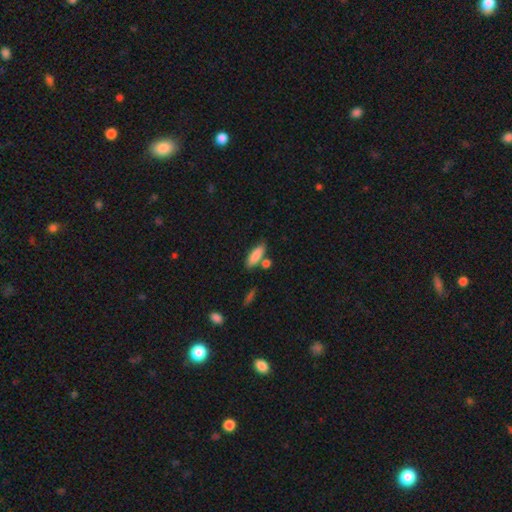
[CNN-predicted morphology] Q: Smooth or featured?
A: smooth (84%); runner-up: featured or disk (9%)
Q: How rounded?
A: in between (63%); runner-up: cigar-shaped (35%)
Q: Merging?
A: none (68%); runner-up: merger (15%)